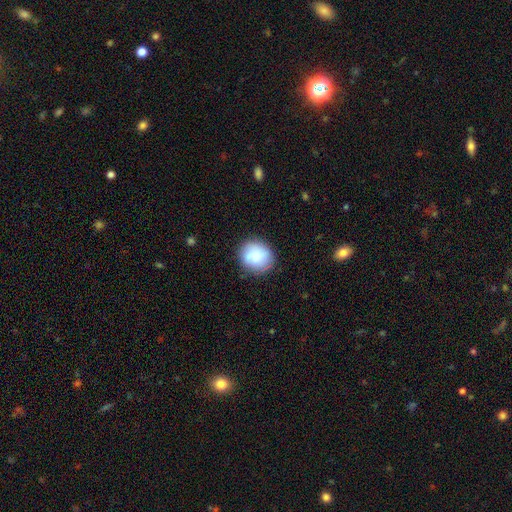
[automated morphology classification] This is clearly a smooth galaxy (83%). How rounded: likely round (74%). Merging: clearly none (81%).